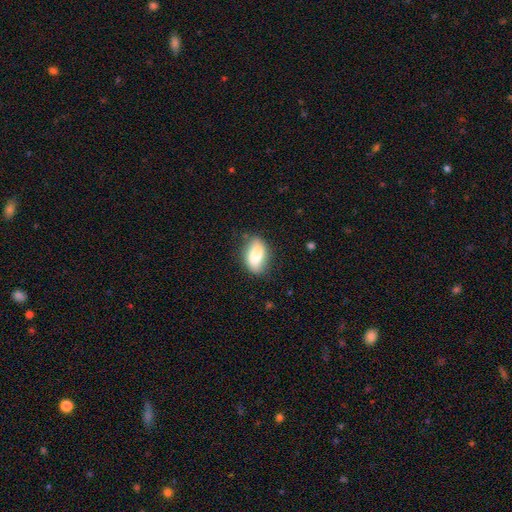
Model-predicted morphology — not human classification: Overall: smooth (80%). How rounded: in between (90%). Merging: none (75%).